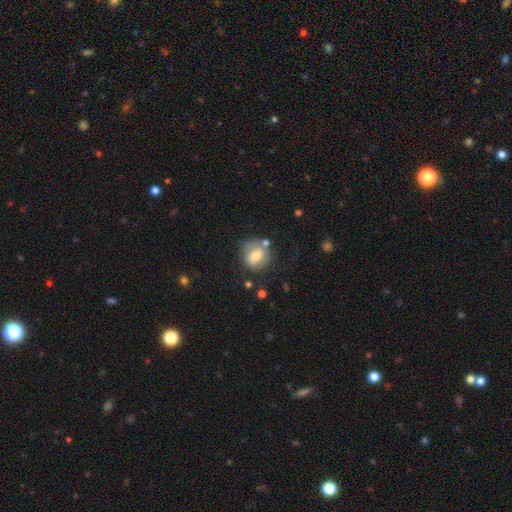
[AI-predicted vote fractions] Smooth or featured? Predicted: smooth (p=0.68). How rounded? Predicted: round (p=0.70). Merging? Predicted: none (p=0.61).